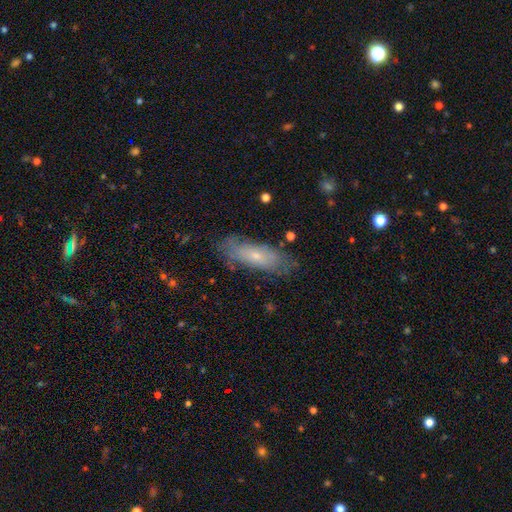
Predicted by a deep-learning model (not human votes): Smooth or featured? Predicted: smooth (p=0.53). How rounded? Predicted: in between (p=0.60). Merging? Predicted: none (p=0.74).